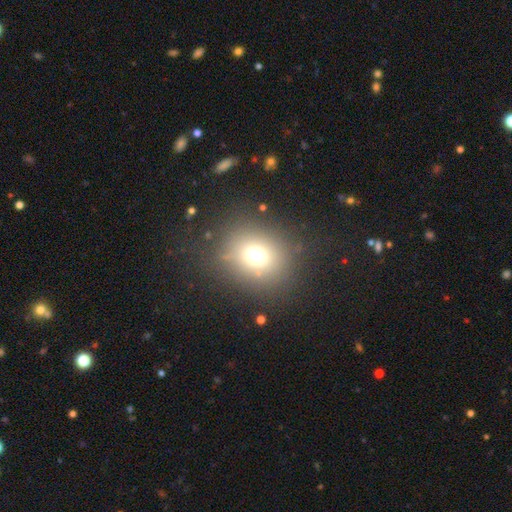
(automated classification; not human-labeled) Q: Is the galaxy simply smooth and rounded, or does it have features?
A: smooth — 66%.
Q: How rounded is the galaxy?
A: round — 77%.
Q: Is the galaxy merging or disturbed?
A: none — 82%.